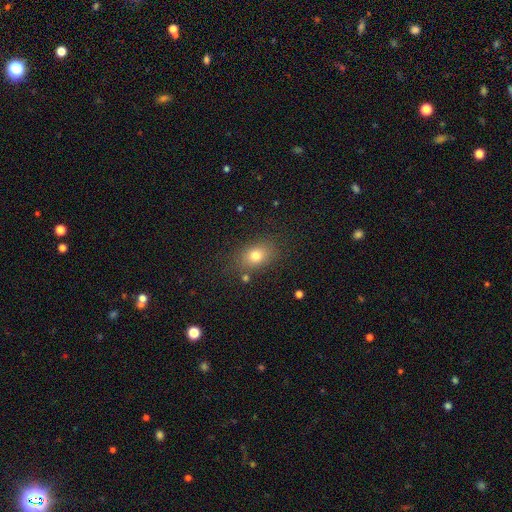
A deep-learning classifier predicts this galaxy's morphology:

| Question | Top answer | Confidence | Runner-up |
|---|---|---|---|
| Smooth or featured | smooth | 76% | star or artifact (13%) |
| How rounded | in between | 68% | round (30%) |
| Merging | none | 79% | minor disturbance (13%) |